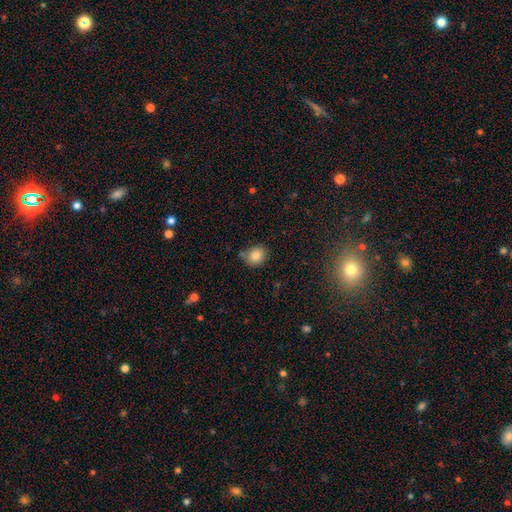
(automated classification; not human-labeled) The model was most divided on "how rounded": round: 73%, in between: 26%, cigar-shaped: 1%. More confident: smooth or featured — smooth (85%); merging — none (74%).